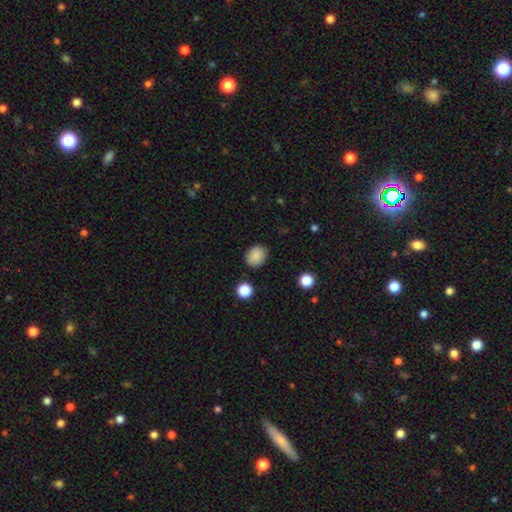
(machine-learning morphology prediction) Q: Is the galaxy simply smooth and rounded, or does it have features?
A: smooth — 87%.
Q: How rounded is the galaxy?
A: round — 57%.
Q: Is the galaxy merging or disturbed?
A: none — 87%.